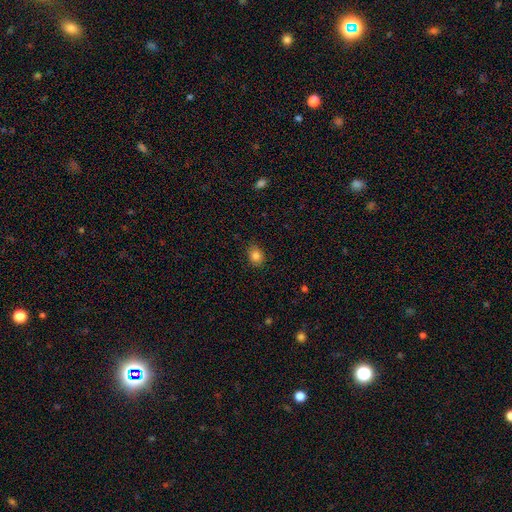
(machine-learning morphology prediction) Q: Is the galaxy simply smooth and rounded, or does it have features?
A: smooth — 83%.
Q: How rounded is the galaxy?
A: in between — 51%.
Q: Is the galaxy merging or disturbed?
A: none — 85%.